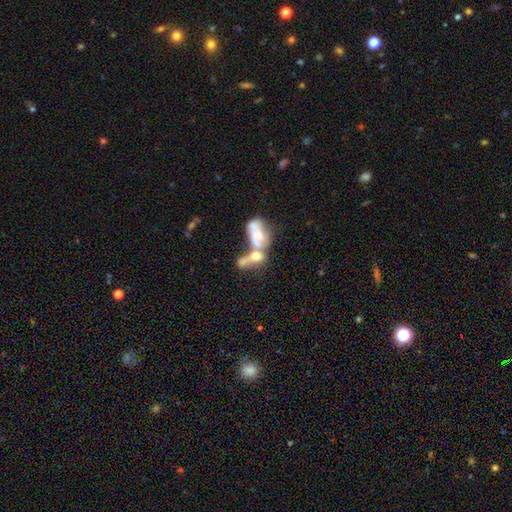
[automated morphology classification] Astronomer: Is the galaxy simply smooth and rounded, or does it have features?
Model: featured or disk — 47% (runner-up: smooth, 40%).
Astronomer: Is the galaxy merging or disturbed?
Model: merger — 73%.